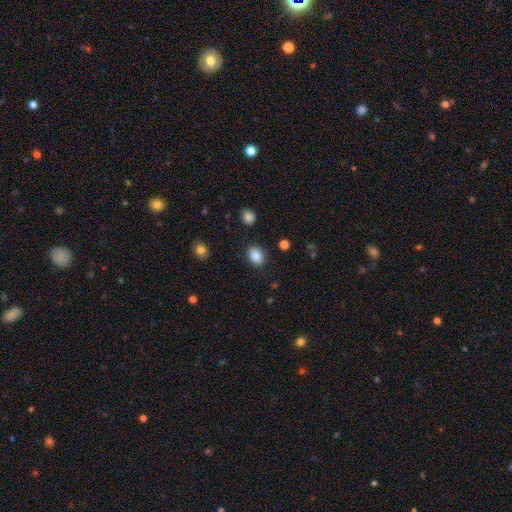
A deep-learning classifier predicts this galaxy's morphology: Smooth or featured?
  - smooth: 86% *
  - star or artifact: 9%
  - featured or disk: 5%
How rounded?
  - in between: 75% *
  - round: 24%
  - cigar-shaped: 1%
Merging?
  - none: 85% *
  - minor disturbance: 10%
  - major disturbance: 3%
  - merger: 2%